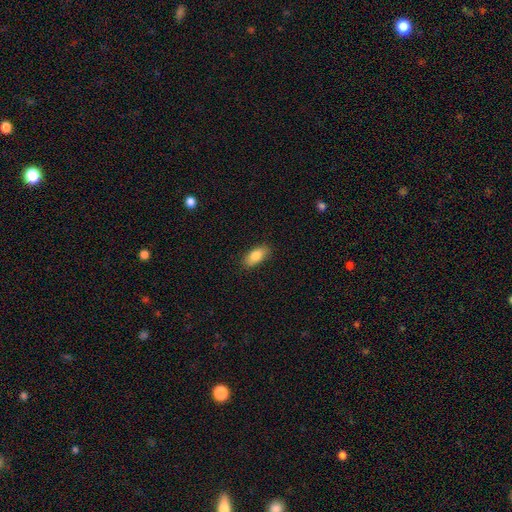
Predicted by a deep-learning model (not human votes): Smooth or featured: smooth — 83% (featured or disk — 10%)
How rounded: in between — 87% (cigar-shaped — 10%)
Merging: none — 86% (minor disturbance — 10%)